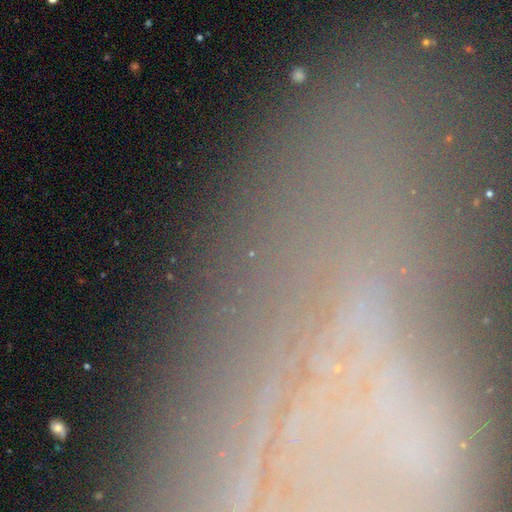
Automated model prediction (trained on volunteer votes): Smooth or featured? Predicted: star or artifact (p=0.50).